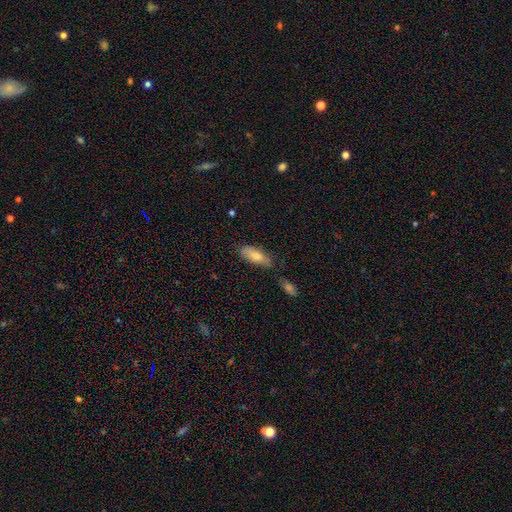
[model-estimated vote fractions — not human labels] Smooth or featured? smooth (70%)
How rounded? in between (65%)
Merging? none (66%)